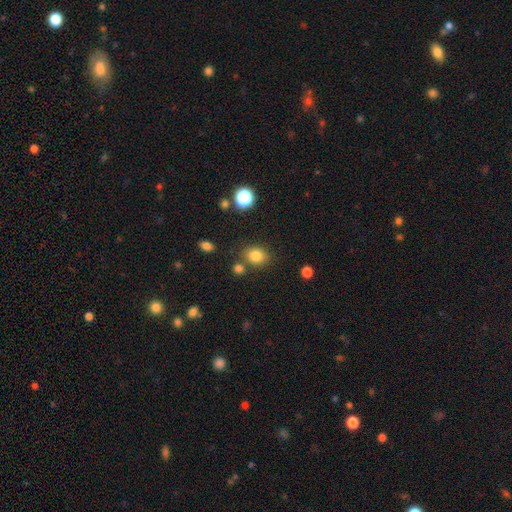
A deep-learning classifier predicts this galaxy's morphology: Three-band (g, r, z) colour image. It shows a smooth galaxy with no disk features (81%) that is round (52%). Merging: none (75%).